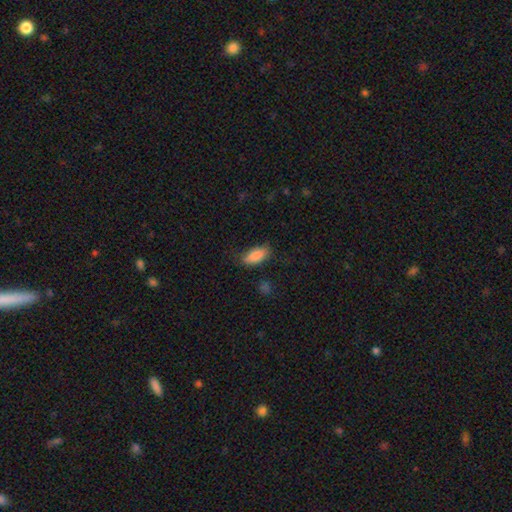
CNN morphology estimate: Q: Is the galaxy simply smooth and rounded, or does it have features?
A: smooth — 87%.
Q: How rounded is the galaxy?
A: in between — 87%.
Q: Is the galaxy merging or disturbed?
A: none — 77%.